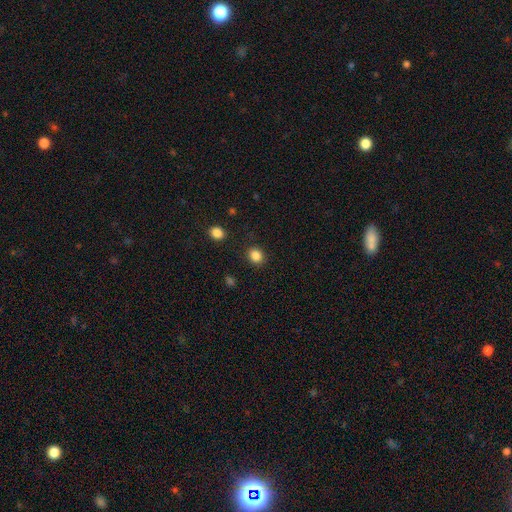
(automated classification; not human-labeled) This is clearly a smooth galaxy (85%). How rounded: likely round (75%). Merging: clearly none (88%).